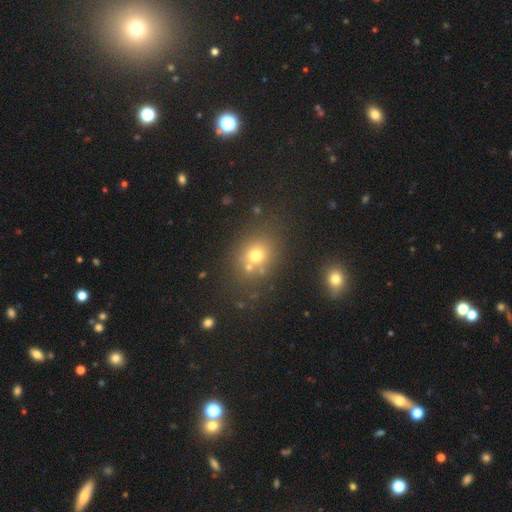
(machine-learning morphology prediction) This appears to be a smooth galaxy with no disk features (67%) that is round (62%). Merging: none (64%).